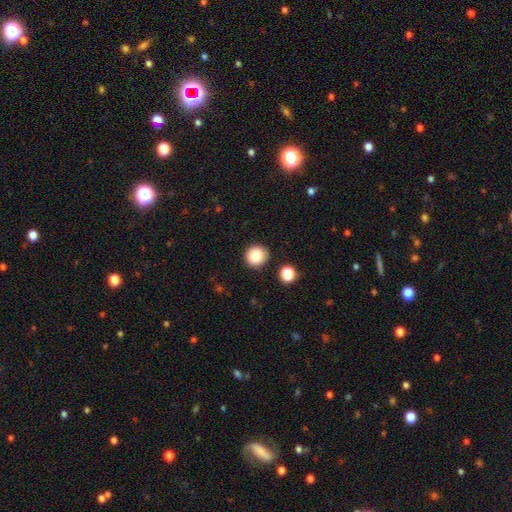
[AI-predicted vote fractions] Smooth or featured?
  - smooth: 84% *
  - star or artifact: 10%
  - featured or disk: 6%
How rounded?
  - round: 93% *
  - in between: 6%
  - cigar-shaped: 1%
Merging?
  - none: 89% *
  - minor disturbance: 6%
  - merger: 3%
  - major disturbance: 2%